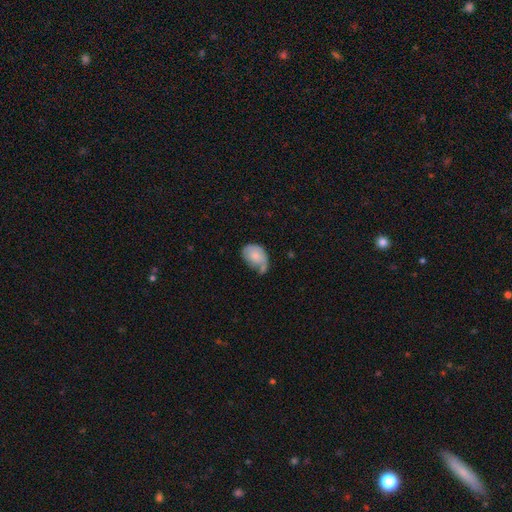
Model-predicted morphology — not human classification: The model was most divided on "merging" (2-way tie): none: 32%, minor disturbance: 32%, major disturbance: 19%, merger: 17%. More confident: how rounded — in between (76%); smooth or featured — smooth (71%).